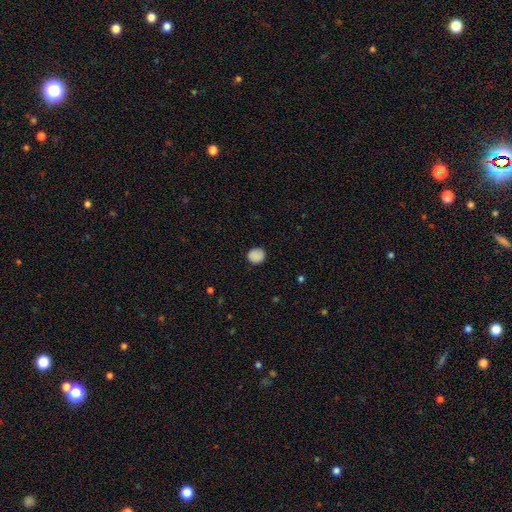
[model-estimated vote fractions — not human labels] Overall: smooth (87%). How rounded: round (82%). Merging: none (86%).